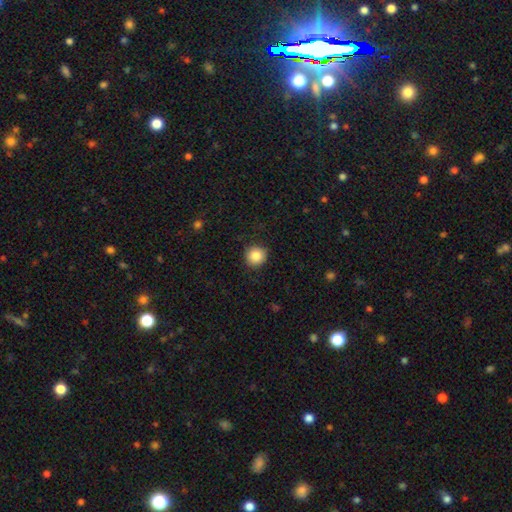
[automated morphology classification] Overall: smooth (86%). How rounded: round (92%). Merging: none (89%).